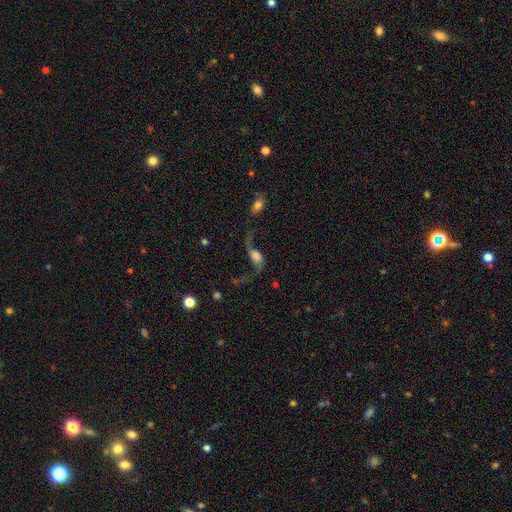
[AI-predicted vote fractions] The model was most divided on "bulge size": large: 36%, moderate: 30%, small: 14%, none: 11%, dominant: 9%. More confident: spiral winding — loose (93%); spiral arms — yes (92%); spiral arm count — 2 (91%); edge-on disk — no (91%); smooth or featured — featured or disk (77%); bar — no (55%); merging — none (53%).